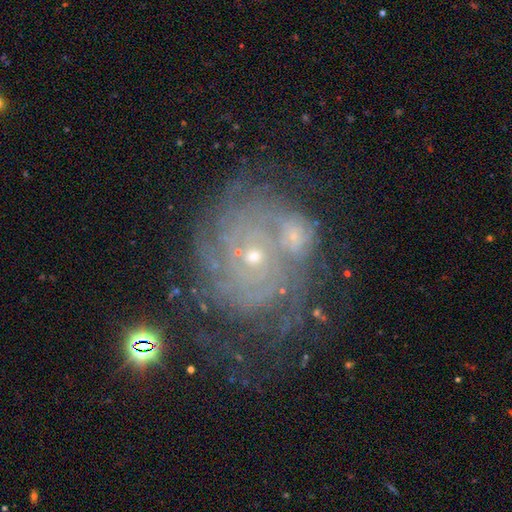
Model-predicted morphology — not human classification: This is clearly a featured or disk galaxy (81%). It is clearly not viewed edge-on (97%). Bar: likely no (76%). Spiral arm pattern: clearly yes (93%). Spiral arm count: marginally can't tell (42%). Spiral winding: likely tight (75%). Central bulge: likely small (79%). Merging: possibly none (47%).